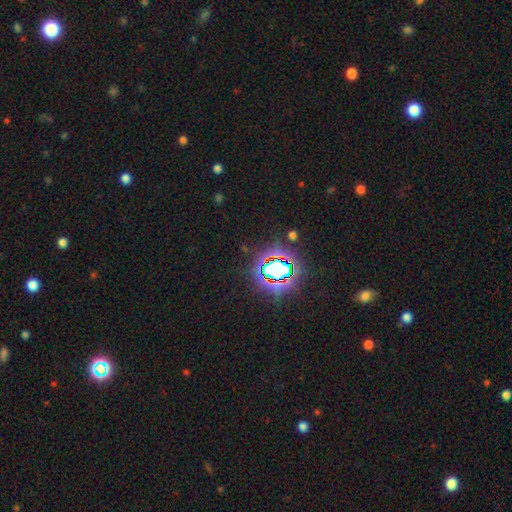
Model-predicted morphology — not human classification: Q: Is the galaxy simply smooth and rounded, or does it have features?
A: star or artifact — 82%.